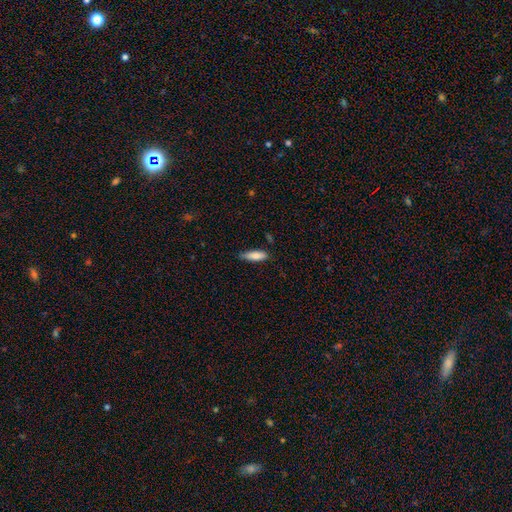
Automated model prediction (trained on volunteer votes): This appears to be a smooth galaxy with no disk features (84%) that is cigar-shaped (52%). Merging: none (73%).